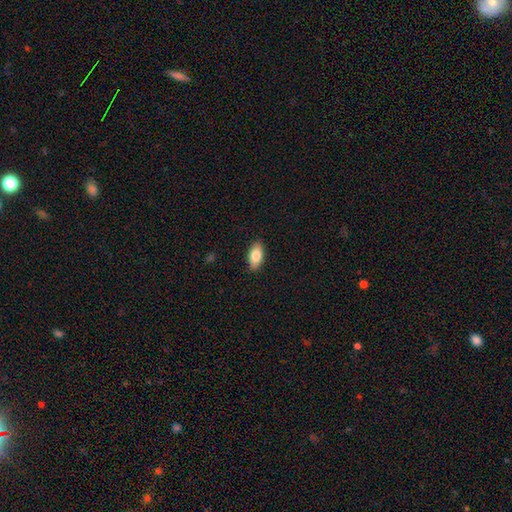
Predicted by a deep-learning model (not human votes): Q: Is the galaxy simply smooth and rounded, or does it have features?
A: smooth — 82%.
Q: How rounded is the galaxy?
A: in between — 90%.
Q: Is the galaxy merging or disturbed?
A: none — 89%.